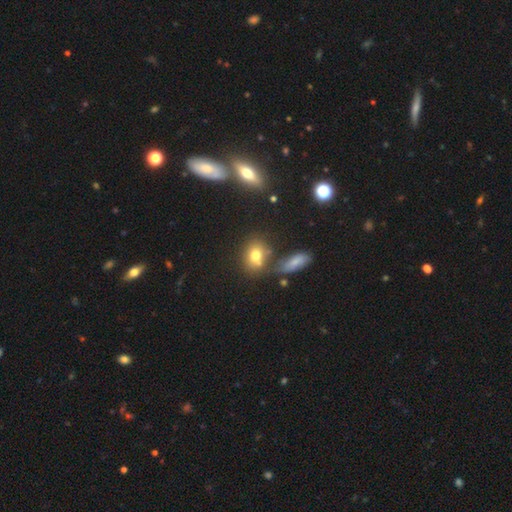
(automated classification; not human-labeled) Morphology: type=smooth (73%); roundness=in between (57%); merging=none (60%).